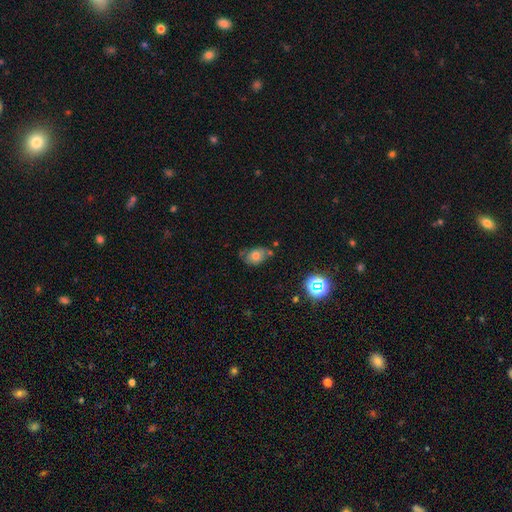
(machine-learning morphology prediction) smooth-or-featured: smooth: 67% | featured or disk: 19% | star or artifact: 13%
  how-rounded: in between: 75% | round: 23% | cigar-shaped: 2%
  merging: none: 56% | minor disturbance: 26% | merger: 11% | major disturbance: 6%